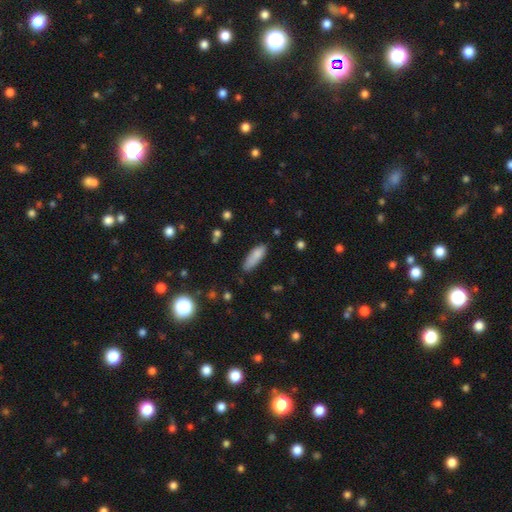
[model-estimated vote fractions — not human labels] The model was most divided on "how rounded": in between: 56%, cigar-shaped: 42%, round: 2%. More confident: smooth or featured — smooth (84%); merging — none (70%).